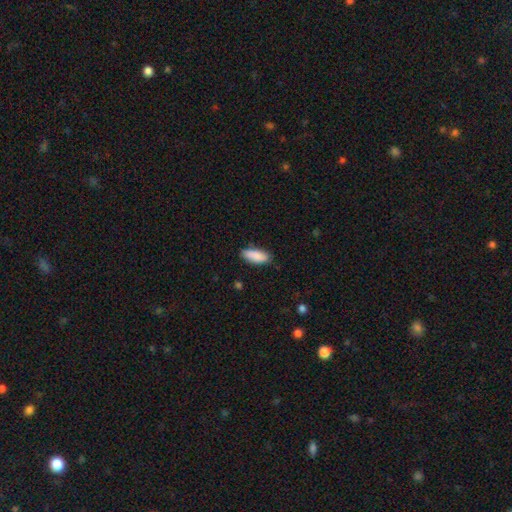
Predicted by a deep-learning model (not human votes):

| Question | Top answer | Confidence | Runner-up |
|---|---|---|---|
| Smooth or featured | smooth | 89% | star or artifact (6%) |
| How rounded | in between | 77% | cigar-shaped (21%) |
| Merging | none | 82% | minor disturbance (14%) |